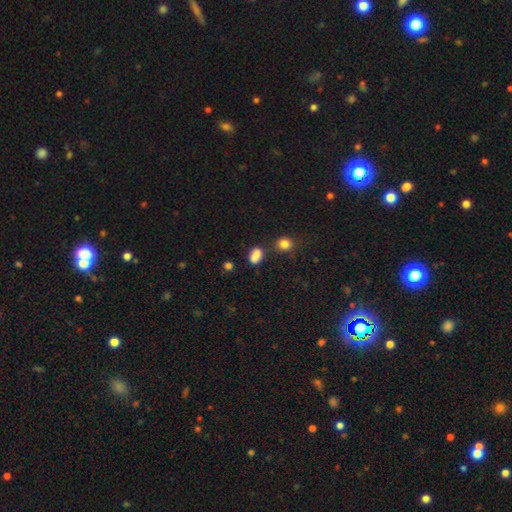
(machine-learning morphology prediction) Q: Smooth or featured?
A: smooth (81%); runner-up: star or artifact (13%)
Q: How rounded?
A: in between (78%); runner-up: round (20%)
Q: Merging?
A: none (57%); runner-up: minor disturbance (20%)